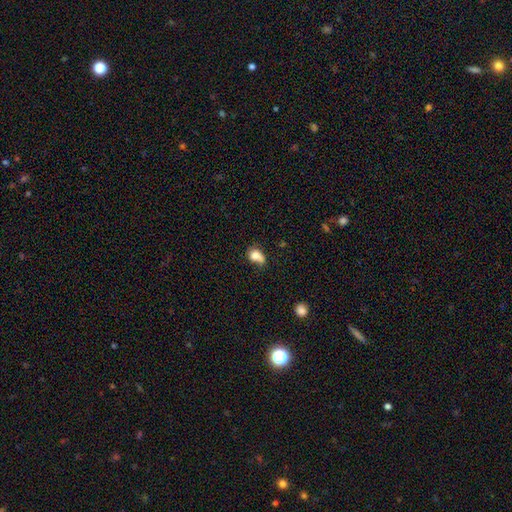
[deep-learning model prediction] smooth_or_featured: smooth (p=0.75) [alt: featured or disk p=0.15]
how_rounded: in between (p=0.63) [alt: round p=0.36]
merging: none (p=0.33) [alt: minor disturbance p=0.32]